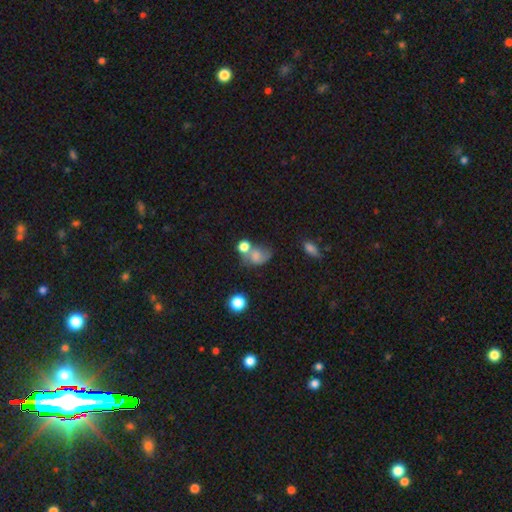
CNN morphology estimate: Smooth or featured? Predicted: smooth (p=0.64). How rounded? Predicted: in between (p=0.57). Merging? Predicted: merger (p=0.36).